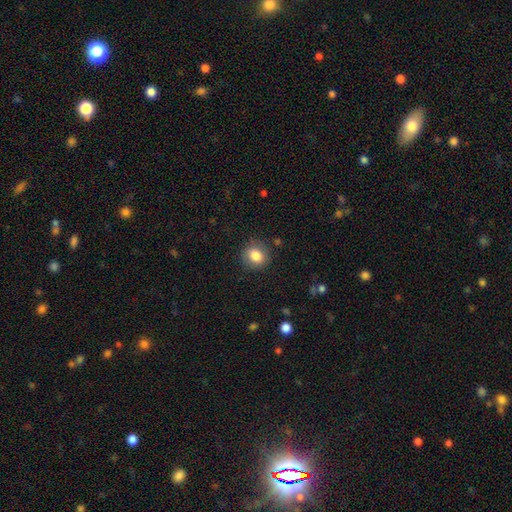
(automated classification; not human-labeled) Smooth or featured? Predicted: smooth (p=0.84). How rounded? Predicted: round (p=0.74). Merging? Predicted: none (p=0.84).